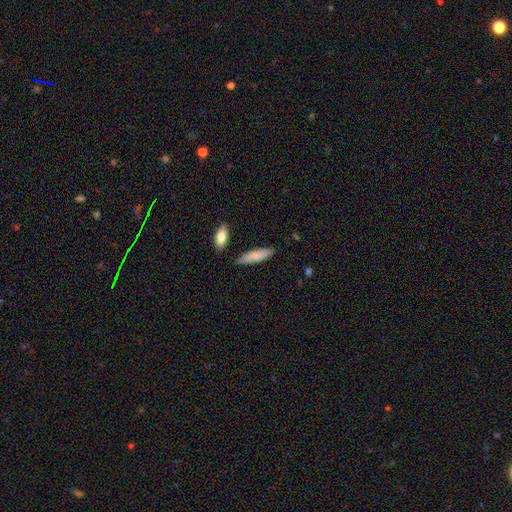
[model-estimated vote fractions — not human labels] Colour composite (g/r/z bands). It shows a smooth galaxy with no disk features (79%) that is cigar-shaped (60%). Merging: none (79%).